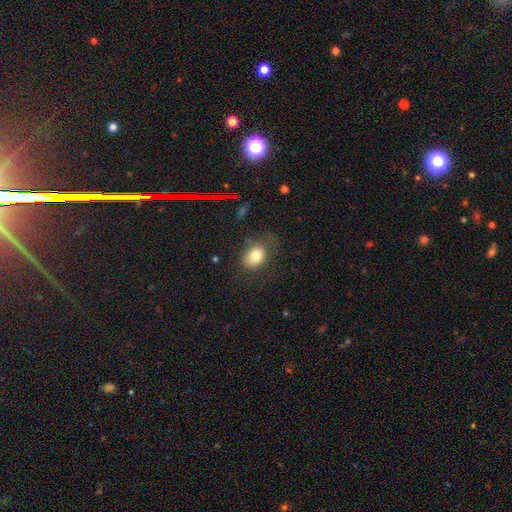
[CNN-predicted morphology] Smooth or featured? Predicted: smooth (p=0.79). How rounded? Predicted: in between (p=0.71). Merging? Predicted: none (p=0.62).